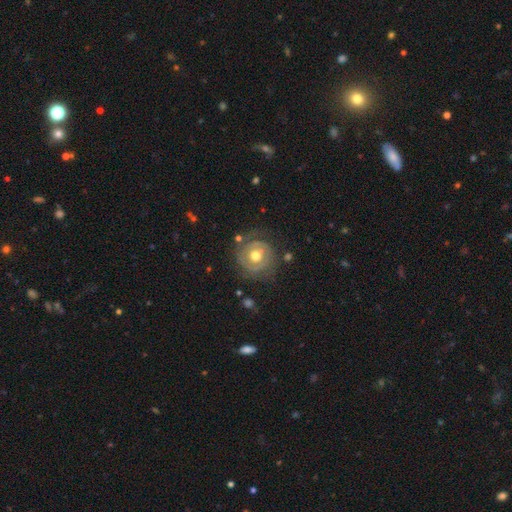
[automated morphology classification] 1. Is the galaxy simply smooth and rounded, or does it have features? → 69% featured or disk, 25% smooth, 6% star or artifact.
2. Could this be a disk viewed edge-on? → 97% no, 3% yes.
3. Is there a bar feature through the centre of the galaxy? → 75% no, 20% weak, 6% strong.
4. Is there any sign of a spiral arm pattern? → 71% yes, 29% no.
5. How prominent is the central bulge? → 79% moderate, 9% large, 9% small, 1% dominant, 1% none.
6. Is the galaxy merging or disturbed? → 71% none, 17% minor disturbance, 9% major disturbance, 3% merger.